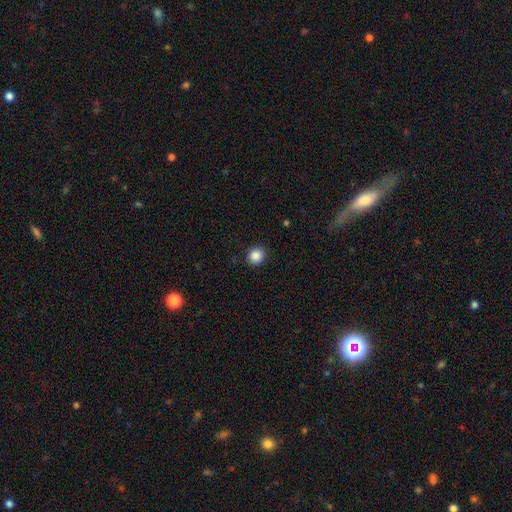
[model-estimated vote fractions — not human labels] Overall: smooth (87%). How rounded: round (87%). Merging: none (91%).